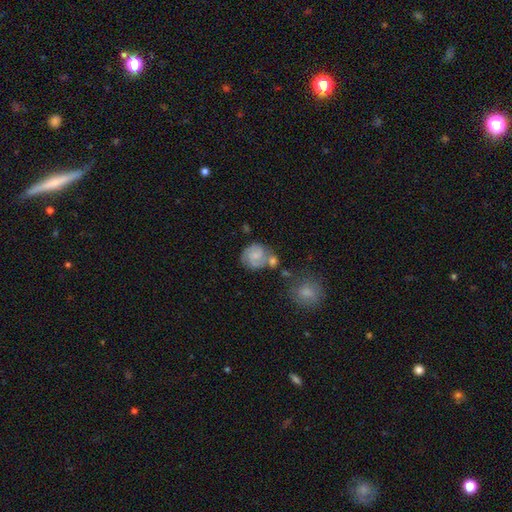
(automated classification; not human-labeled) This appears to be a featured or disk galaxy (48%). Merging: none (47%).